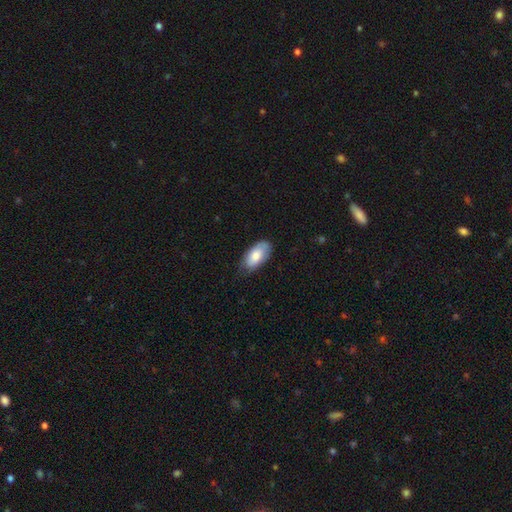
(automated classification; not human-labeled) smooth 74%, featured or disk 20%, star or artifact 6%. Down the decision tree: how rounded — in between (93%); merging — none (66%).